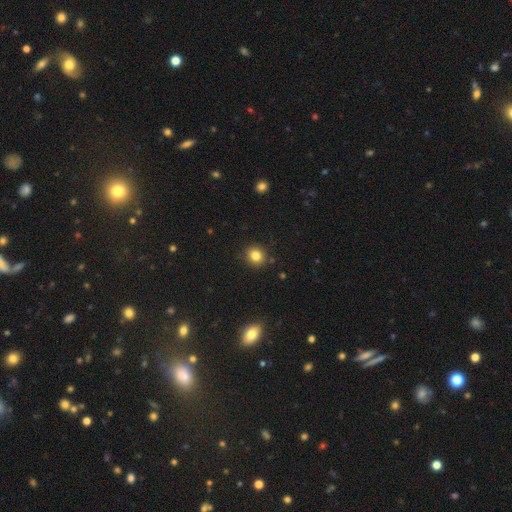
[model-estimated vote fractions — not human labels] A smooth galaxy with no disk features (82%) that is round (86%). Merging: none (88%).